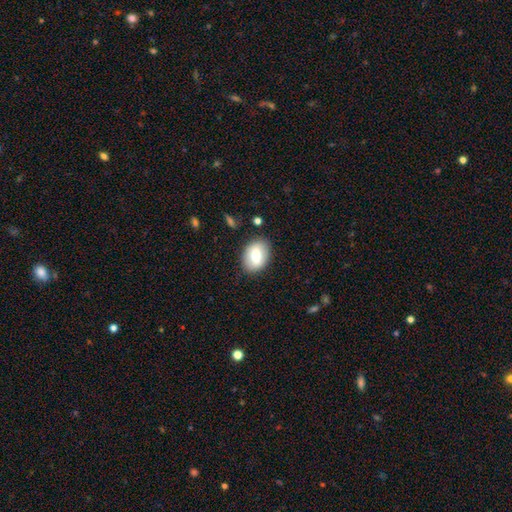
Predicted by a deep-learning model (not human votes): Morphology: type=smooth (66%); roundness=in between (77%); merging=none (85%).